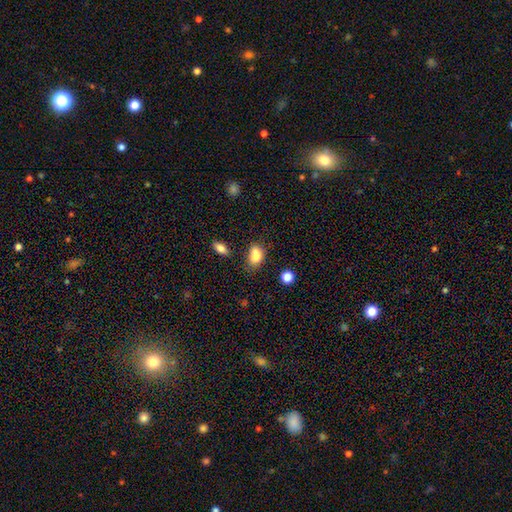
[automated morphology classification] This is clearly a smooth galaxy (82%). How rounded: clearly in between (81%). Merging: possibly none (51%).